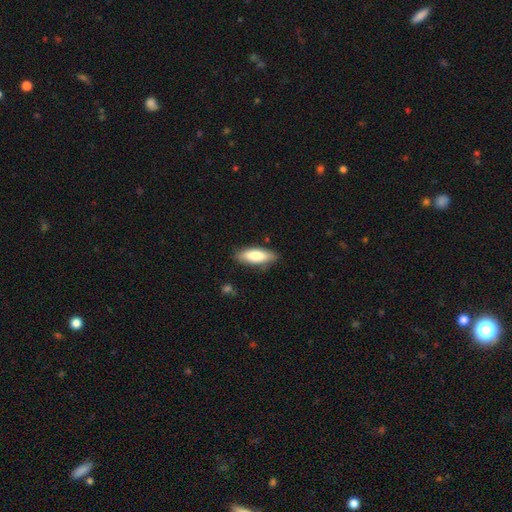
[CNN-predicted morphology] Overall: smooth (81%). How rounded: in between (67%; cigar-shaped 31%). Merging: none (83%).